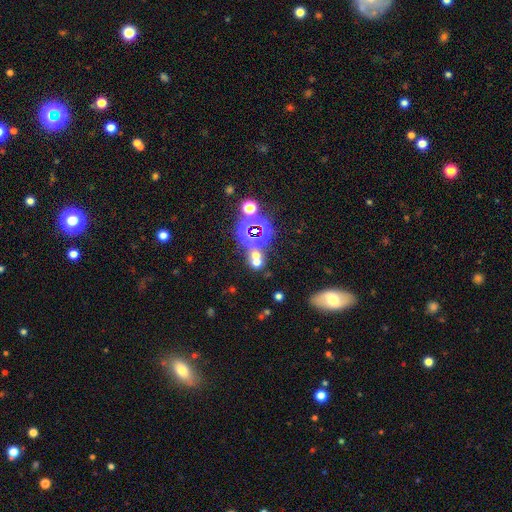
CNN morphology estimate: smooth-or-featured: smooth: 46% | star or artifact: 41% | featured or disk: 13%
  merging: none: 48% | merger: 39% | minor disturbance: 8% | major disturbance: 5%